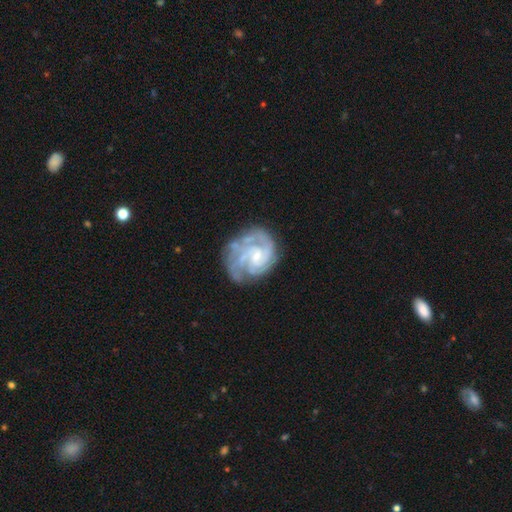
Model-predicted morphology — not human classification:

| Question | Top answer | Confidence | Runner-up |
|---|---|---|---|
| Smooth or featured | featured or disk | 85% | smooth (9%) |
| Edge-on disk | no | 98% | yes (2%) |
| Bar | no | 51% | weak (41%) |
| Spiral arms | yes | 95% | no (5%) |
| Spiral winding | tight | 59% | medium (34%) |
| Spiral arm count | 3 | 29% | can't tell (27%) |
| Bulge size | small | 60% | moderate (25%) |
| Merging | none | 64% | minor disturbance (21%) |